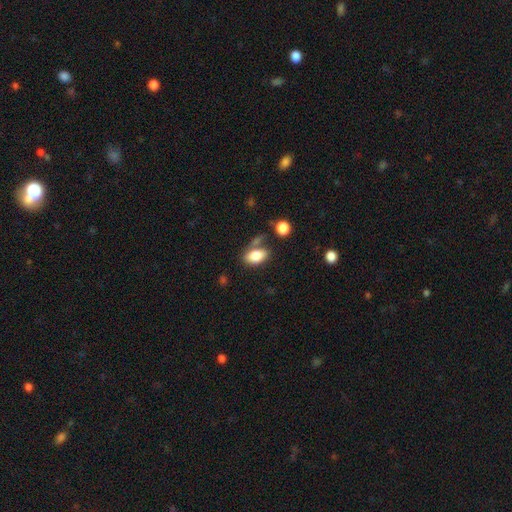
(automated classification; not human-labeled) Morphology: type=smooth (82%); roundness=in between (90%); merging=none (56%).